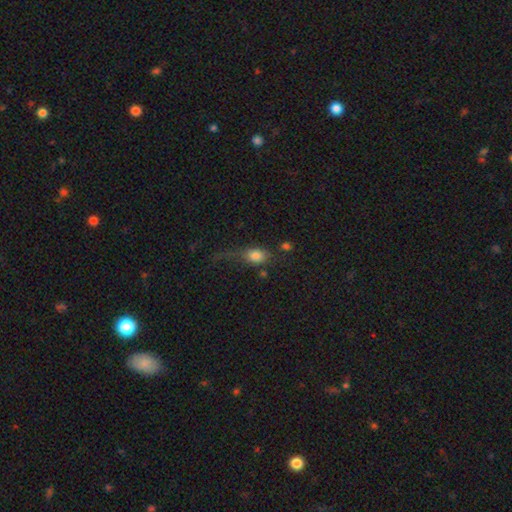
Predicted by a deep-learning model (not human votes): smooth-or-featured: smooth: 78% | featured or disk: 12% | star or artifact: 10%
  how-rounded: in between: 72% | round: 23% | cigar-shaped: 5%
  merging: none: 38% | major disturbance: 32% | minor disturbance: 22% | merger: 8%